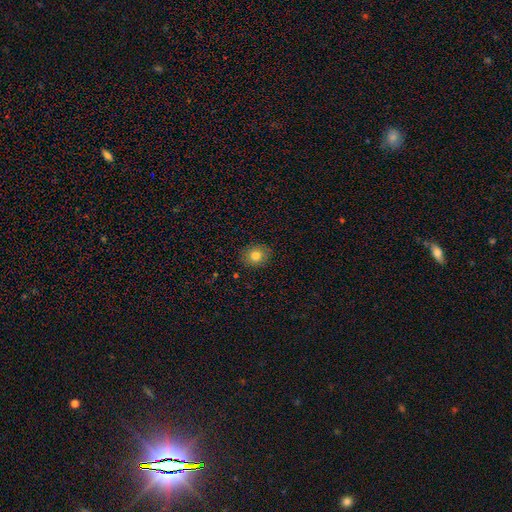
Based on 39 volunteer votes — Smooth or featured?
  - smooth: 95% *
  - star or artifact: 5%
  - featured or disk: 0%
How rounded?
  - round: 65% *
  - in between: 35%
  - cigar-shaped: 0%
Merging?
  - none: 86% *
  - minor disturbance: 11%
  - major disturbance: 3%
  - merger: 0%